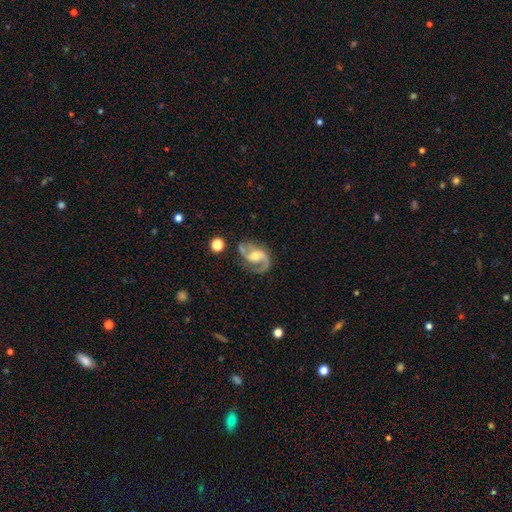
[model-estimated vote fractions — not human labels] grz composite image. It shows a featured or disk galaxy (90%) with no bar (44%), 2 (89%) medium (52%) spiral arms (97%) and a moderate central bulge (62%). Merging: none (70%).